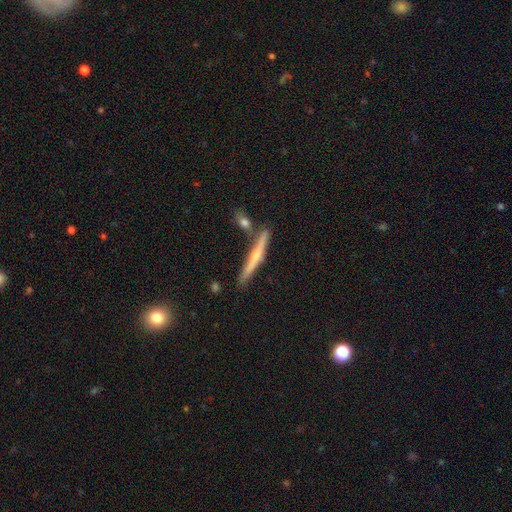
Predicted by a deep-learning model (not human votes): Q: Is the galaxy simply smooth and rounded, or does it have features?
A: featured or disk — 62%.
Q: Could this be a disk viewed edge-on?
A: yes — 97%.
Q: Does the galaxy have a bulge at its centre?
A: rounded — 71%.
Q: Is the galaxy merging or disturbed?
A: none — 78%.